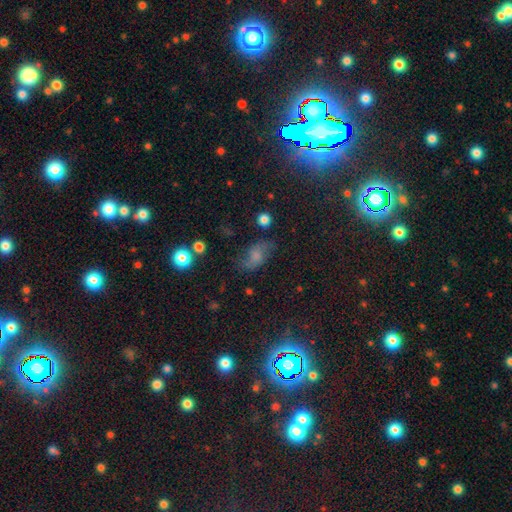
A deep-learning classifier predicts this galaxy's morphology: type=smooth (50%); roundness=in between (82%); merging=none (64%).